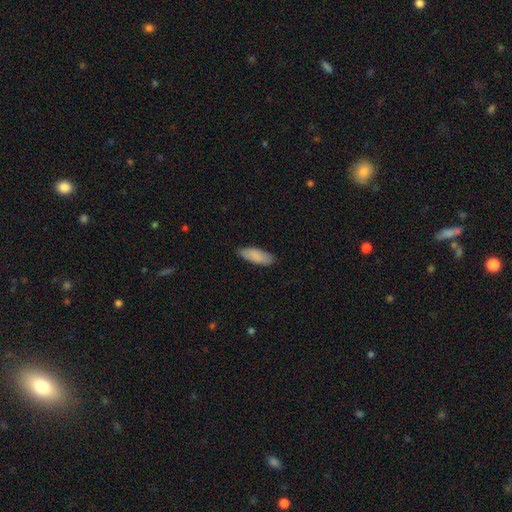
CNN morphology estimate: Smooth or featured? smooth (87%)
How rounded? in between (75%)
Merging? none (83%)